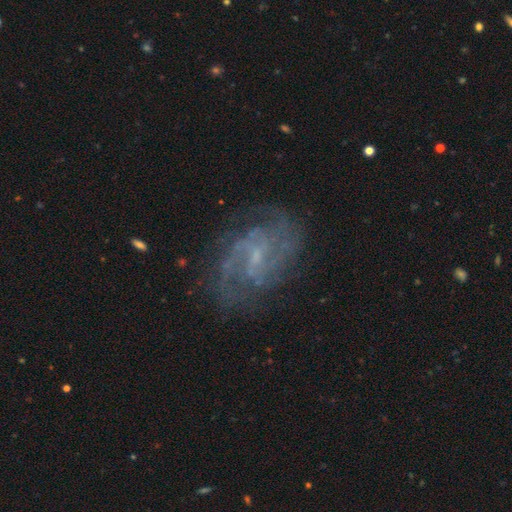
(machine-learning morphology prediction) smooth-or-featured: featured or disk: 87% | star or artifact: 7% | smooth: 6%
  disk-edge-on: no: 97% | yes: 3%
    bar: weak: 59% | no: 28% | strong: 14%
    has-spiral-arms: yes: 96% | no: 4%
      spiral-winding: medium: 49% | tight: 34% | loose: 17%
      spiral-arm-count: 2: 41% | can't tell: 22% | 3: 17% | 4: 8% | 1: 6% | more than 4: 6%
    bulge-size: small: 65% | none: 18% | moderate: 15% | large: 1% | dominant: 1%
  merging: none: 74% | minor disturbance: 15% | major disturbance: 9% | merger: 2%